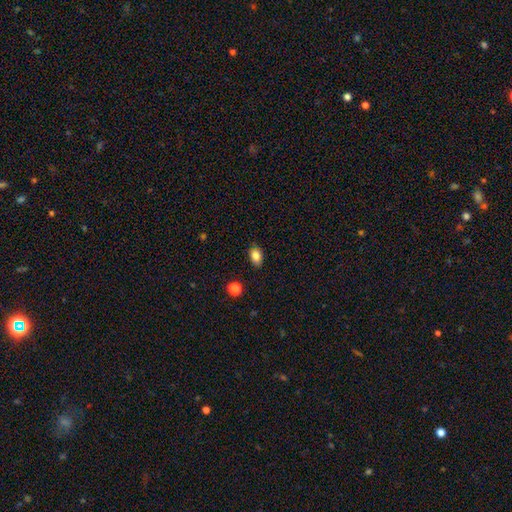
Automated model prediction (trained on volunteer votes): Overall: smooth (84%). How rounded: in between (86%). Merging: none (86%).